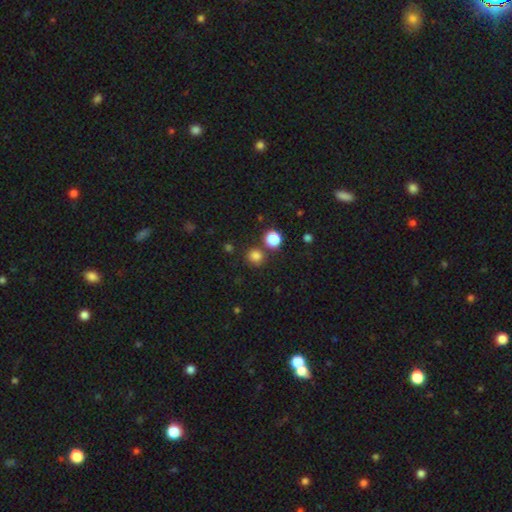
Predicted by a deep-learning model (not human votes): This appears to be a smooth galaxy with no disk features (79%) that is round (91%). Merging: none (78%).